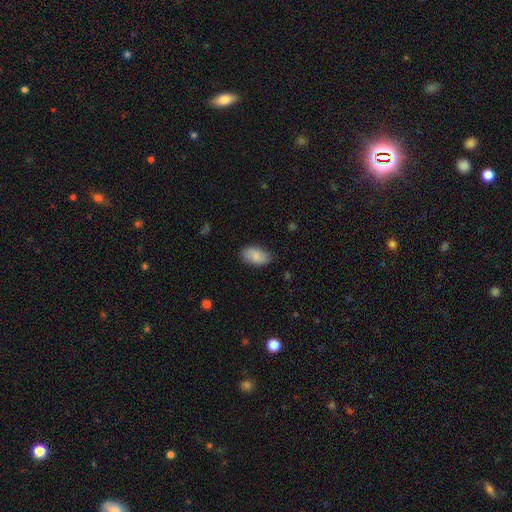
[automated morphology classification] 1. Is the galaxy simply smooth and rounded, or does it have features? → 84% smooth, 10% featured or disk, 6% star or artifact.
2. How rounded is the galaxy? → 94% in between, 4% round, 2% cigar-shaped.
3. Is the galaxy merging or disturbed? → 83% none, 13% minor disturbance, 3% major disturbance, 1% merger.